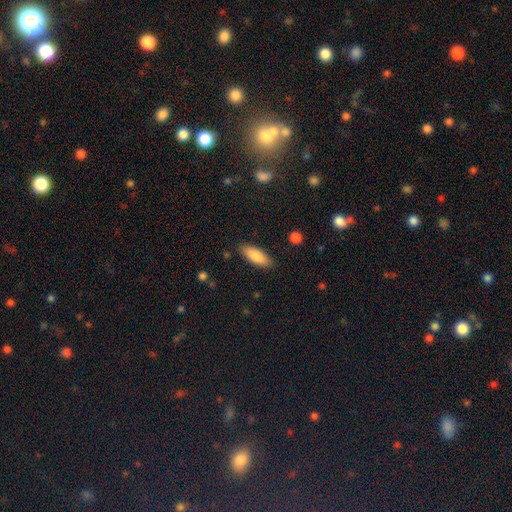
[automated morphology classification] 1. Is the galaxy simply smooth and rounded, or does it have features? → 83% smooth, 11% featured or disk, 6% star or artifact.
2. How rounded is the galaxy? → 72% in between, 26% cigar-shaped, 2% round.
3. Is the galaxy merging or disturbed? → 86% none, 11% minor disturbance, 2% major disturbance, 1% merger.